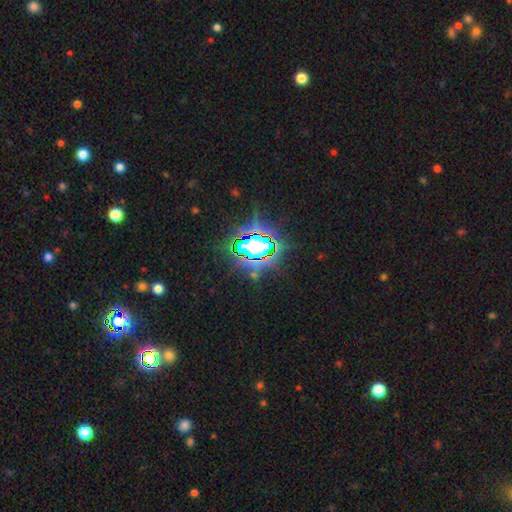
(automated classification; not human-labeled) Morphology: type=star or artifact (81%).